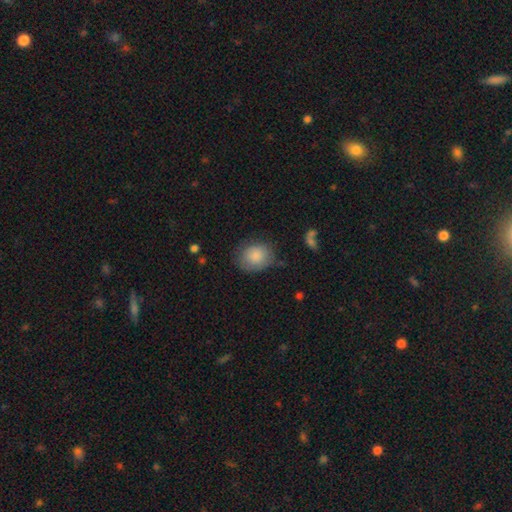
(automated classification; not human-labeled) Smooth or featured? smooth (85%)
How rounded? round (56%)
Merging? none (69%)